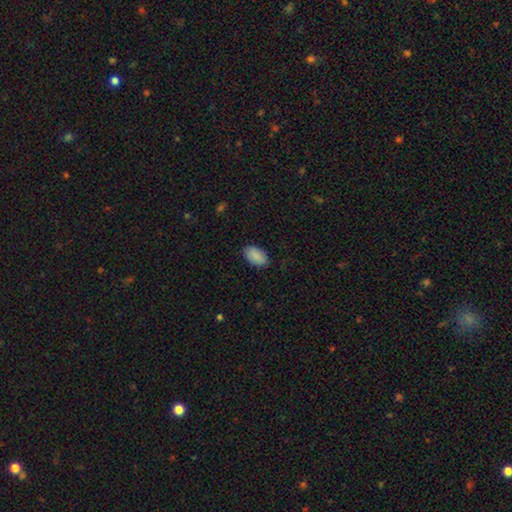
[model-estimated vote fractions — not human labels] smooth-or-featured: smooth: 89% | star or artifact: 6% | featured or disk: 5%
  how-rounded: in between: 95% | round: 4% | cigar-shaped: 1%
  merging: none: 84% | minor disturbance: 12% | major disturbance: 3% | merger: 1%